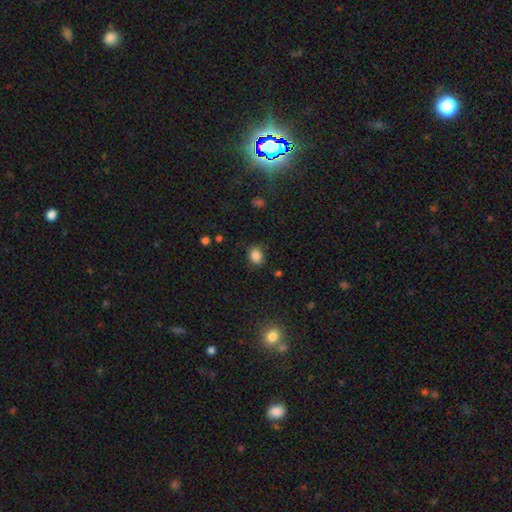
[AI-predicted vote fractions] Overall: smooth (84%). How rounded: round (51%; in between 48%). Merging: none (79%).